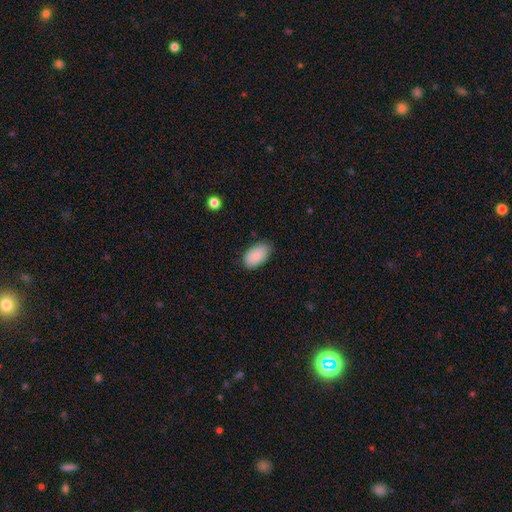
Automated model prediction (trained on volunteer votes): Overall: smooth (89%). How rounded: in between (95%). Merging: none (78%).